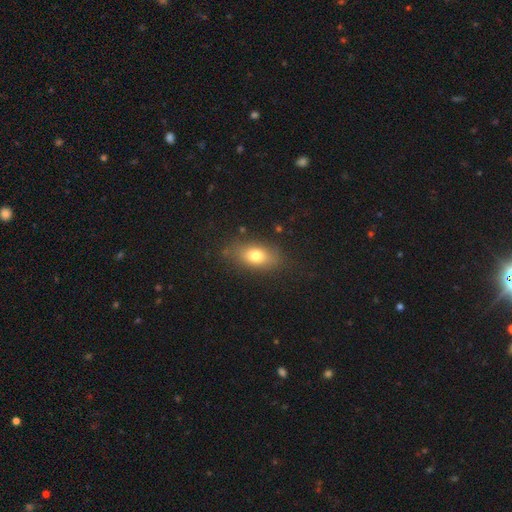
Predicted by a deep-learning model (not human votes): Overall: smooth (75%). How rounded: in between (82%). Merging: none (79%).